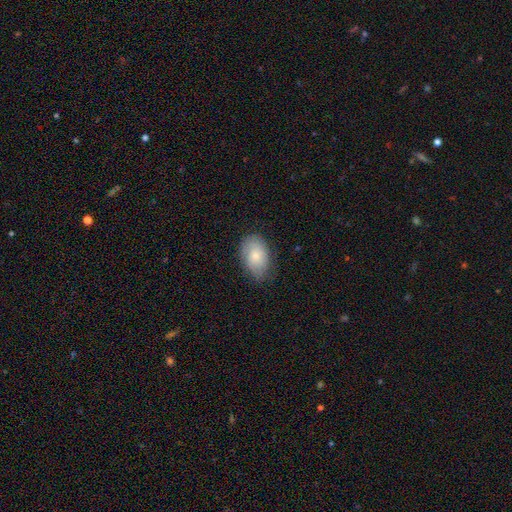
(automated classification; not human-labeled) A smooth galaxy with no disk features (73%) that is in between round and cigar-shaped (85%).

Vote fractions:
- Smooth or featured? smooth: 73% / featured or disk: 21% / star or artifact: 7%
- How rounded? in between: 85% / round: 14% / cigar-shaped: 1%
- Merging? none: 76% / minor disturbance: 19% / major disturbance: 4% / merger: 1%